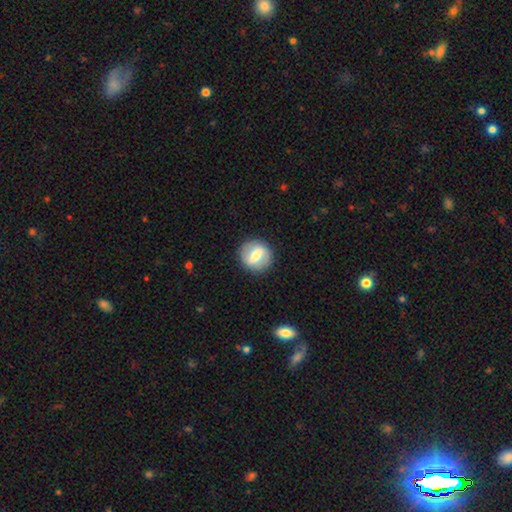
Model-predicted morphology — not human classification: Smooth or featured: featured or disk — 49% (smooth — 44%)
Merging: none — 88% (minor disturbance — 8%)